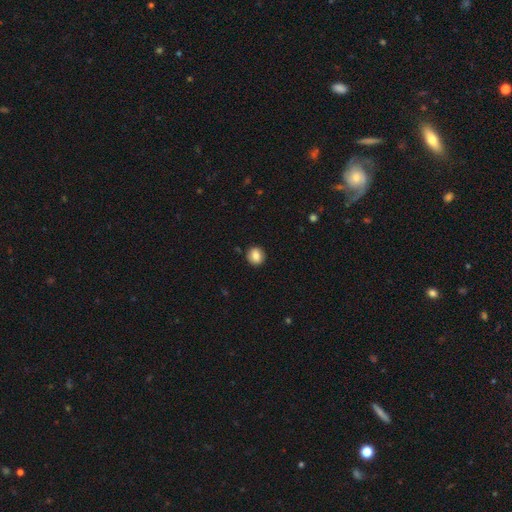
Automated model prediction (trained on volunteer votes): Smooth or featured?
  - smooth: 83% *
  - star or artifact: 9%
  - featured or disk: 8%
How rounded?
  - round: 83% *
  - in between: 16%
  - cigar-shaped: 1%
Merging?
  - none: 89% *
  - minor disturbance: 8%
  - major disturbance: 2%
  - merger: 1%